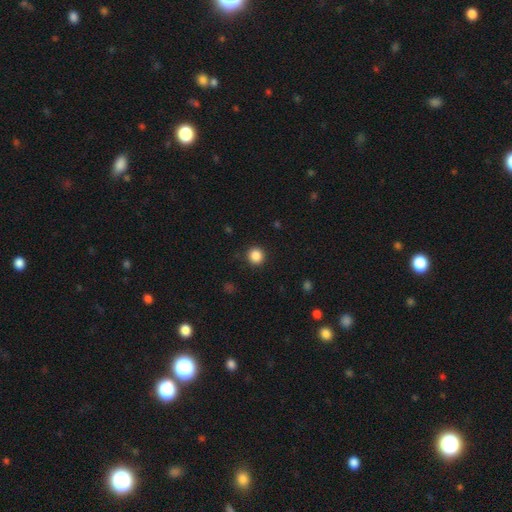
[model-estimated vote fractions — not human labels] A smooth galaxy with no disk features (86%) that is round (93%).

Vote fractions:
- Smooth or featured? smooth: 86% / star or artifact: 11% / featured or disk: 3%
- How rounded? round: 93% / in between: 6% / cigar-shaped: 1%
- Merging? none: 91% / minor disturbance: 6% / major disturbance: 2% / merger: 1%